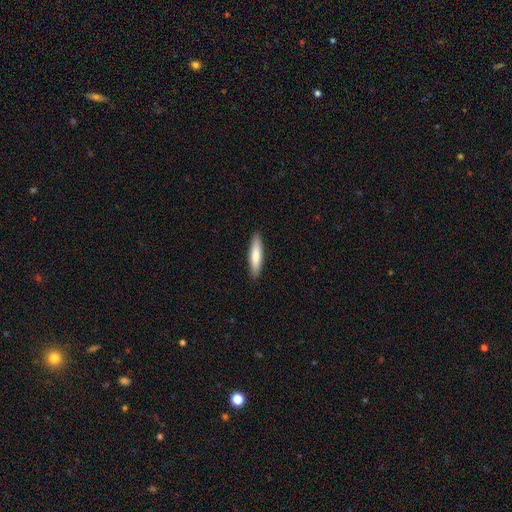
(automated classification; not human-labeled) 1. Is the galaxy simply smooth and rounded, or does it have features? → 79% smooth, 16% featured or disk, 5% star or artifact.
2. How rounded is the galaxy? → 80% cigar-shaped, 18% in between, 1% round.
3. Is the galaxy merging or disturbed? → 90% none, 7% minor disturbance, 2% major disturbance, 1% merger.